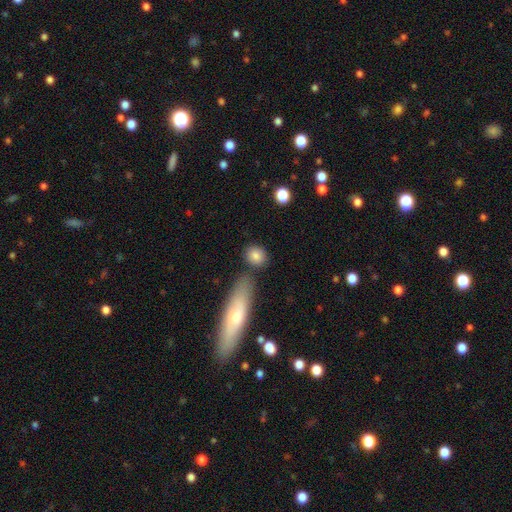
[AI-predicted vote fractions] The model was most divided on "how rounded": round: 68%, in between: 28%, cigar-shaped: 4%. More confident: smooth or featured — smooth (83%); merging — none (73%).